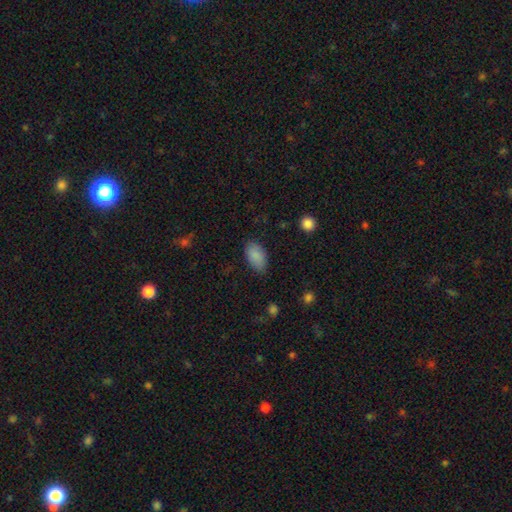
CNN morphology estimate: smooth-or-featured: smooth: 87% | star or artifact: 7% | featured or disk: 6%
  how-rounded: in between: 94% | round: 4% | cigar-shaped: 2%
  merging: none: 80% | minor disturbance: 16% | major disturbance: 3% | merger: 1%